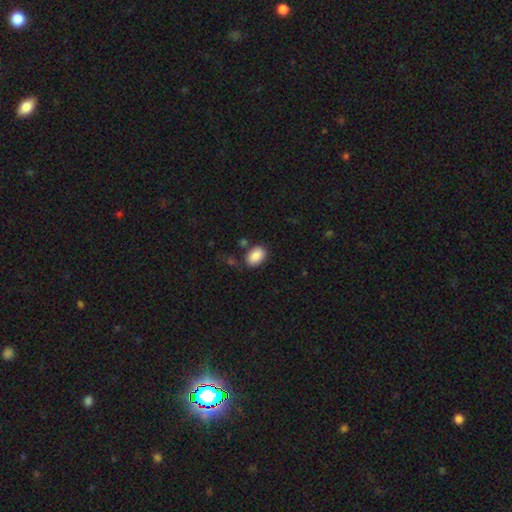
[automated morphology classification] A smooth galaxy with no disk features (88%) that is in between round and cigar-shaped (85%).

Vote fractions:
- Smooth or featured? smooth: 88% / star or artifact: 7% / featured or disk: 5%
- How rounded? in between: 85% / round: 14% / cigar-shaped: 1%
- Merging? none: 77% / minor disturbance: 14% / merger: 6% / major disturbance: 4%